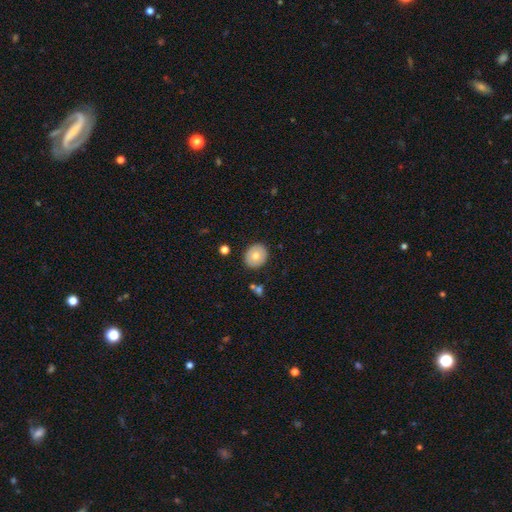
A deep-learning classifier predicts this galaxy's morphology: Smooth or featured? Predicted: smooth (p=0.72). How rounded? Predicted: round (p=0.71). Merging? Predicted: none (p=0.87).